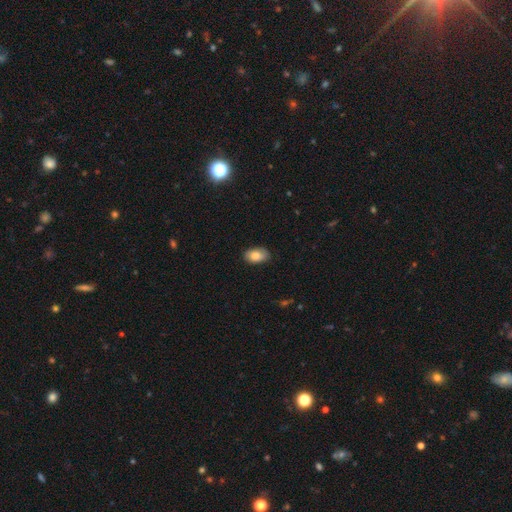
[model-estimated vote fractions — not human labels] A smooth galaxy with no disk features (83%) that is in between round and cigar-shaped (92%). Merging: none (82%).